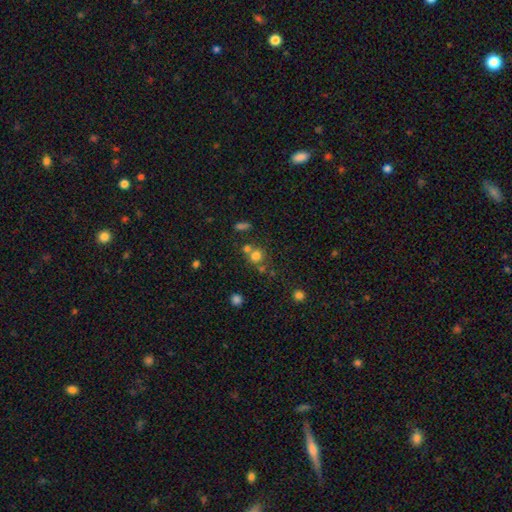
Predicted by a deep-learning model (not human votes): smooth-or-featured: smooth: 73% | star or artifact: 17% | featured or disk: 10%
  how-rounded: round: 84% | in between: 15% | cigar-shaped: 1%
  merging: none: 52% | merger: 34% | minor disturbance: 9% | major disturbance: 4%